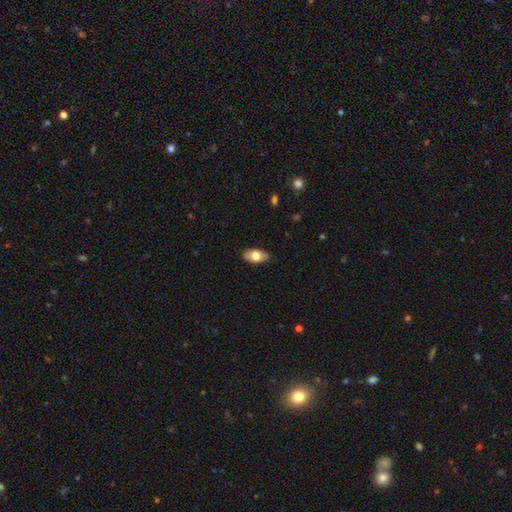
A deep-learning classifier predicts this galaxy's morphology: Smooth or featured?
  - smooth: 72% *
  - featured or disk: 21%
  - star or artifact: 7%
How rounded?
  - in between: 91% *
  - round: 4%
  - cigar-shaped: 4%
Merging?
  - none: 86% *
  - minor disturbance: 11%
  - major disturbance: 2%
  - merger: 1%